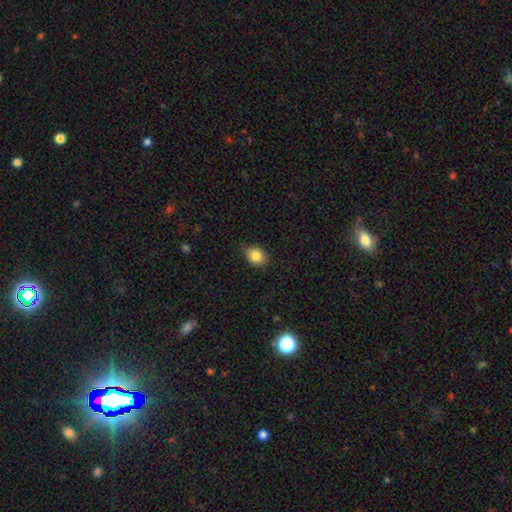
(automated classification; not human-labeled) Smooth or featured? Predicted: smooth (p=0.85). How rounded? Predicted: in between (p=0.53). Merging? Predicted: none (p=0.83).